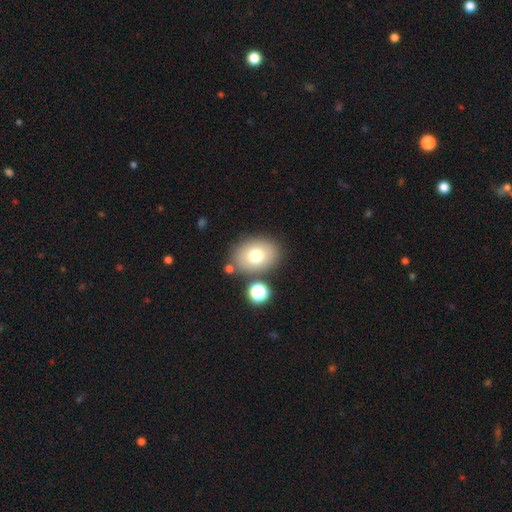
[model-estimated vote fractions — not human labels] Q: Smooth or featured?
A: smooth (74%); runner-up: featured or disk (15%)
Q: How rounded?
A: in between (67%); runner-up: round (32%)
Q: Merging?
A: none (78%); runner-up: minor disturbance (11%)